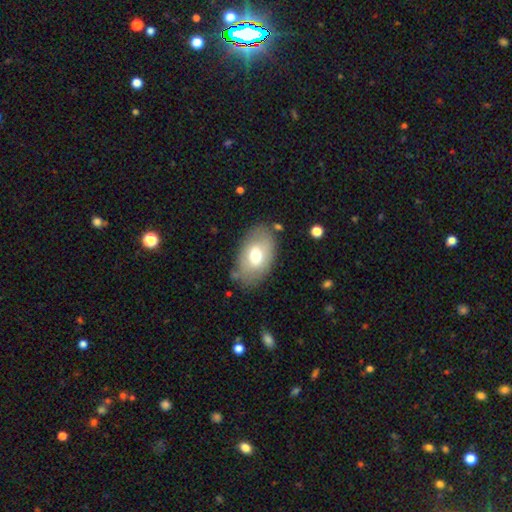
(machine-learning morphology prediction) Smooth or featured: smooth — 66% (featured or disk — 27%)
How rounded: in between — 91% (round — 7%)
Merging: none — 77% (minor disturbance — 15%)